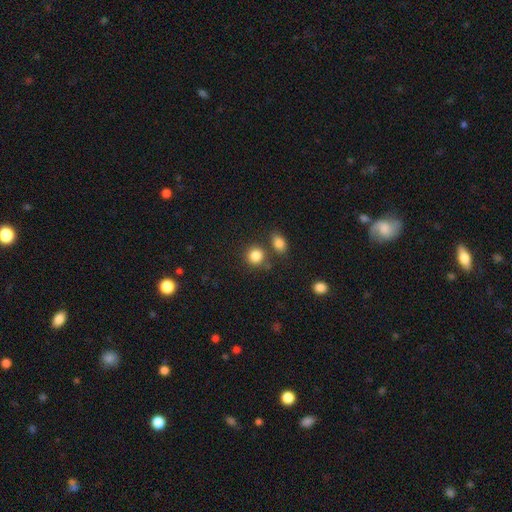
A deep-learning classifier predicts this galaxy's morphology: This appears to be a smooth galaxy with no disk features (85%) that is round (83%). Merging: none (71%).